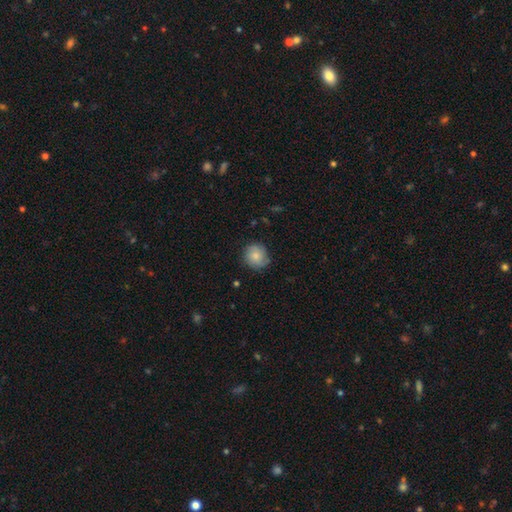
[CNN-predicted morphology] Smooth or featured? Predicted: smooth (p=0.69). How rounded? Predicted: round (p=0.89). Merging? Predicted: none (p=0.76).